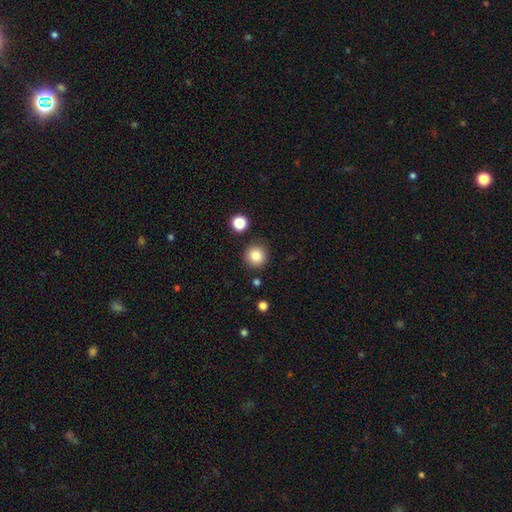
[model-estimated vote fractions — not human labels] smooth-or-featured: smooth: 85% | star or artifact: 10% | featured or disk: 5%
  how-rounded: round: 94% | in between: 5% | cigar-shaped: 1%
  merging: none: 88% | minor disturbance: 7% | merger: 3% | major disturbance: 2%